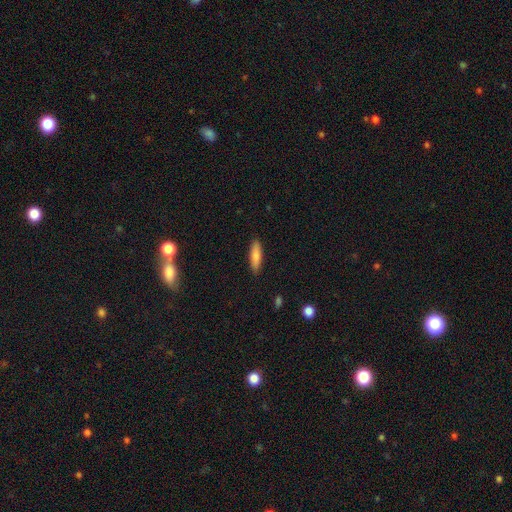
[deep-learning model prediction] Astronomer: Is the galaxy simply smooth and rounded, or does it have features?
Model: smooth — 81%.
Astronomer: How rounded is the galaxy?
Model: cigar-shaped — 61% (runner-up: in between, 37%).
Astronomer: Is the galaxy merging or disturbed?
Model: none — 89%.